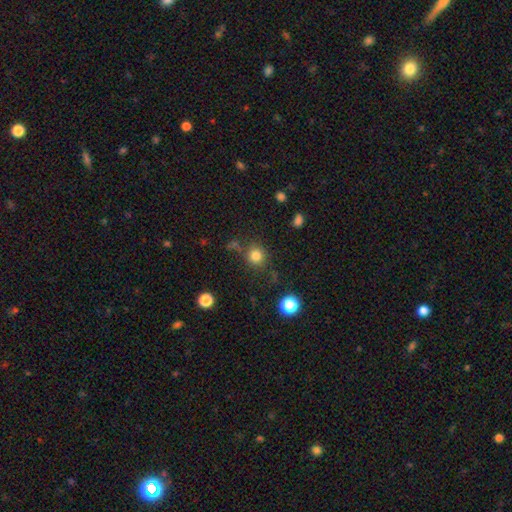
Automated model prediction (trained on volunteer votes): A smooth galaxy with no disk features (80%) that is round (90%).

Vote fractions:
- Smooth or featured? smooth: 80% / star or artifact: 14% / featured or disk: 6%
- How rounded? round: 90% / in between: 9% / cigar-shaped: 1%
- Merging? none: 77% / minor disturbance: 11% / merger: 7% / major disturbance: 5%